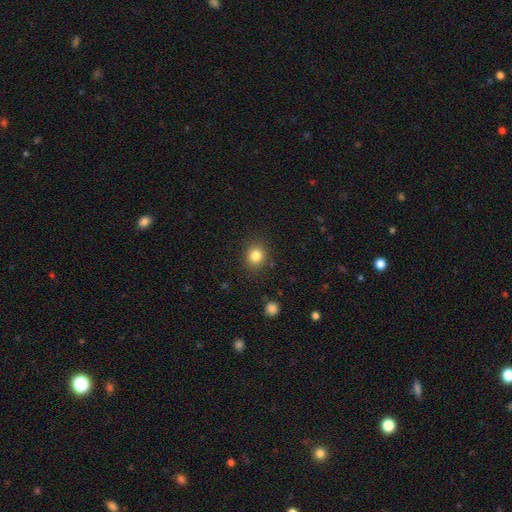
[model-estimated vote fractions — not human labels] Smooth or featured? Predicted: smooth (p=0.83). How rounded? Predicted: round (p=0.80). Merging? Predicted: none (p=0.88).